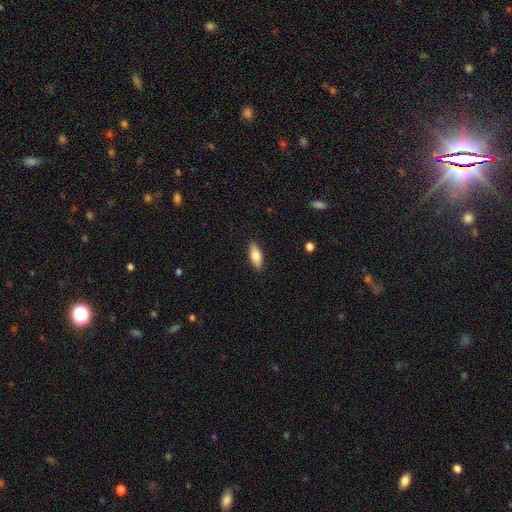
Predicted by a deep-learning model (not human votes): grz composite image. It shows a smooth galaxy with no disk features (78%) that is in between round and cigar-shaped (76%). Merging: none (89%).